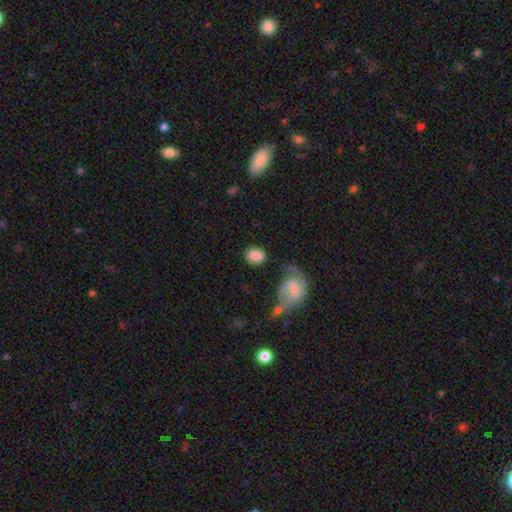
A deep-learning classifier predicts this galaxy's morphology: A smooth galaxy with no disk features (77%) that is round (53%). Merging: none (70%).